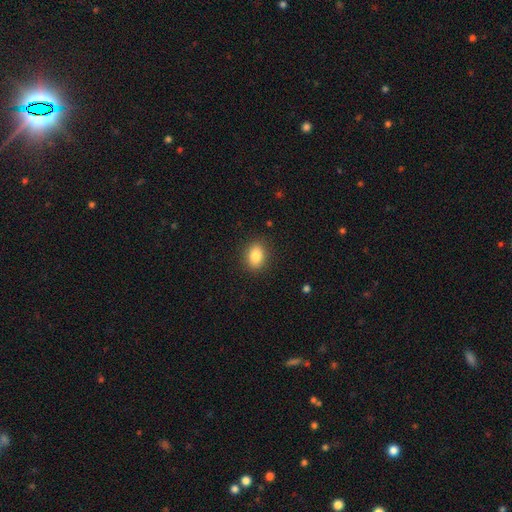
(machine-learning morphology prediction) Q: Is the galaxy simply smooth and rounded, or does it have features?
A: smooth — 85%.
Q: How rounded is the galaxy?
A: in between — 68%.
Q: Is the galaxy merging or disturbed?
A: none — 88%.